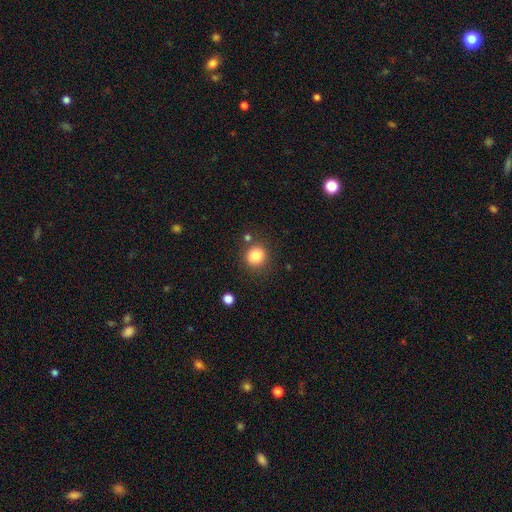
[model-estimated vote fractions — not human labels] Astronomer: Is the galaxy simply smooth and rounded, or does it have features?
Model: smooth — 84%.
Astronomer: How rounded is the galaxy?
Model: round — 91%.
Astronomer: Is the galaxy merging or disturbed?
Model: none — 83%.